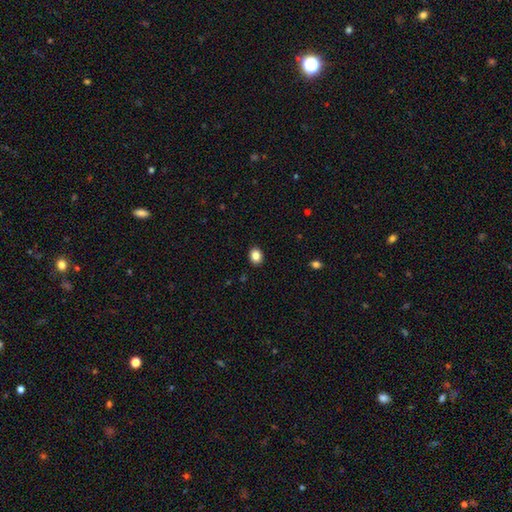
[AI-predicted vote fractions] smooth_or_featured: smooth (p=0.85) [alt: star or artifact p=0.10]
how_rounded: in between (p=0.51) [alt: round p=0.49]
merging: none (p=0.91) [alt: minor disturbance p=0.06]